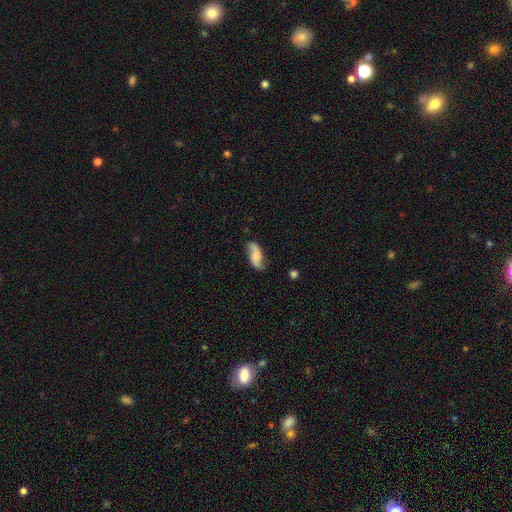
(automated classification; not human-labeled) Smooth or featured?
  - featured or disk: 63% *
  - smooth: 29%
  - star or artifact: 7%
Edge-on disk?
  - no: 93% *
  - yes: 7%
Bar?
  - no: 59% *
  - weak: 32%
  - strong: 9%
Spiral arms?
  - yes: 94% *
  - no: 6%
Spiral winding?
  - loose: 73% *
  - medium: 20%
  - tight: 7%
Spiral arm count?
  - 2: 92% *
  - can't tell: 3%
  - 1: 2%
  - 3: 1%
  - 4: 1%
  - more than 4: 1%
Bulge size?
  - none: 32% *
  - small: 27%
  - moderate: 27%
  - large: 12%
  - dominant: 3%
Merging?
  - none: 76% *
  - minor disturbance: 17%
  - major disturbance: 5%
  - merger: 2%